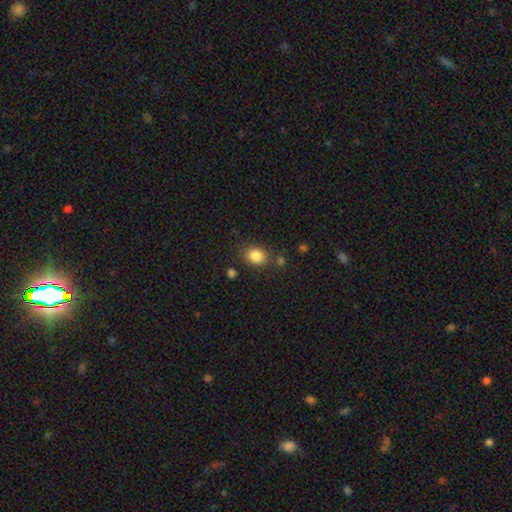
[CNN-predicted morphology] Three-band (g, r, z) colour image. It shows a smooth galaxy with no disk features (85%) that is round (51%). Merging: none (78%).